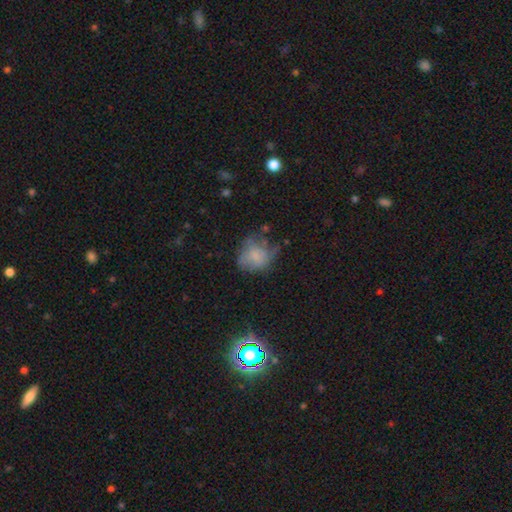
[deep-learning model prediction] smooth 60%, featured or disk 27%, star or artifact 12%. Down the decision tree: how rounded — round (57%); merging — none (36%).